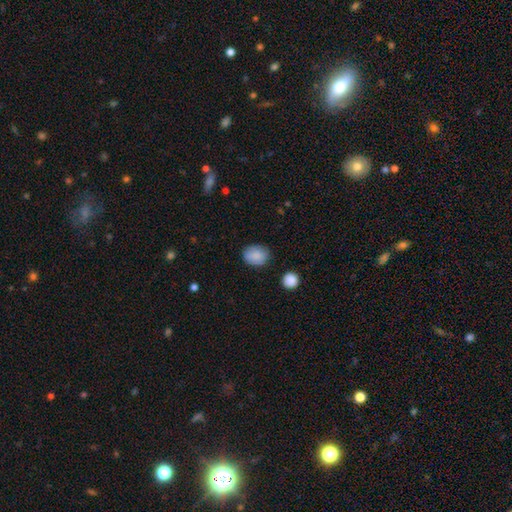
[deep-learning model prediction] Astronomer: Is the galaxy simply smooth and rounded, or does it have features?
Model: smooth — 84%.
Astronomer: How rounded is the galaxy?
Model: in between — 52% (runner-up: round, 47%).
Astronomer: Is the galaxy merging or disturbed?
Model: none — 76%.